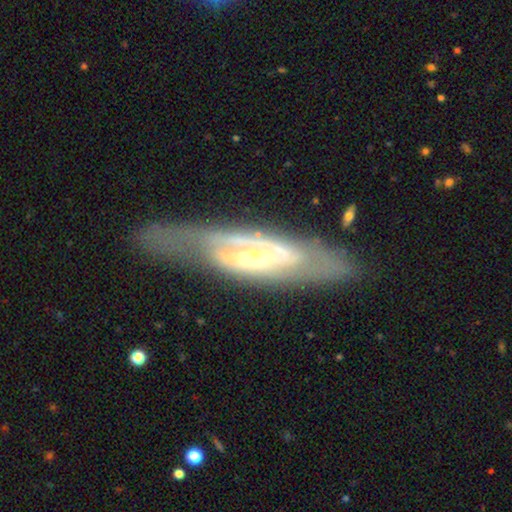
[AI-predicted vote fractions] The model was most divided on "edge-on disk": no: 64%, yes: 36%. More confident: smooth or featured — featured or disk (76%); merging — none (60%).